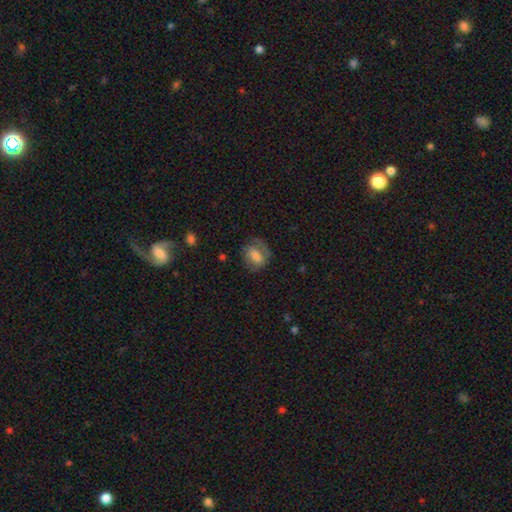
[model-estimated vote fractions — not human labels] Smooth or featured? Predicted: smooth (p=0.57). How rounded? Predicted: in between (p=0.60). Merging? Predicted: none (p=0.60).